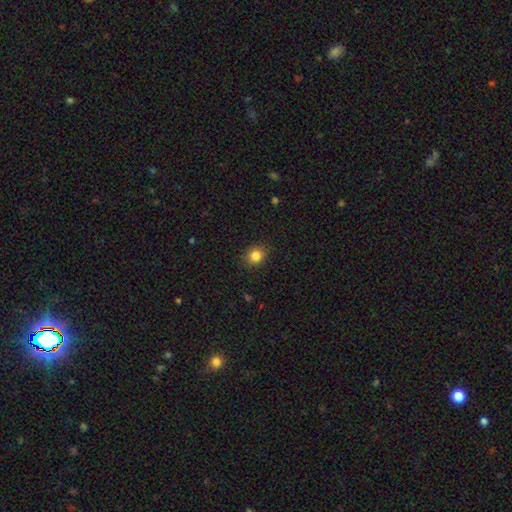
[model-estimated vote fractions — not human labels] The model was most divided on "how rounded": round: 83%, in between: 16%, cigar-shaped: 1%. More confident: merging — none (89%); smooth or featured — smooth (85%).